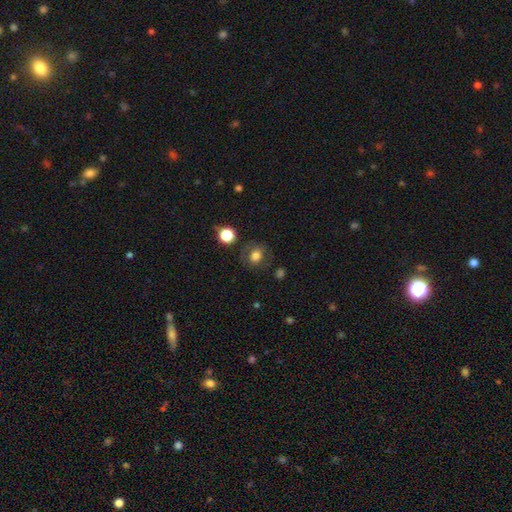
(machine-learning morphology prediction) A smooth galaxy with no disk features (76%) that is round (69%). Merging: none (76%).